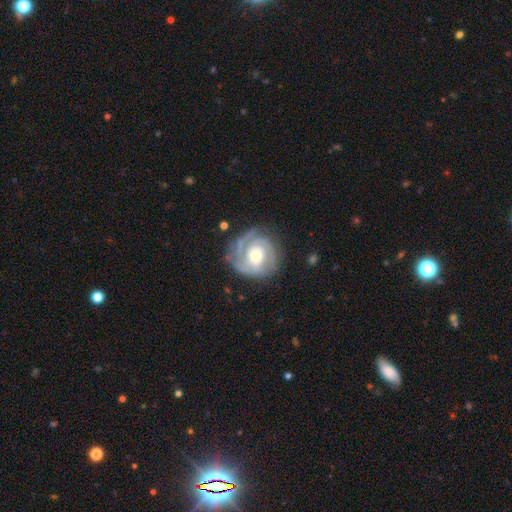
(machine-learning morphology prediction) This appears to be a featured or disk galaxy (87%) with no bar (69%), 2 (36%) tight (70%) spiral arms (96%) and a moderate central bulge (57%). Merging: none (76%).